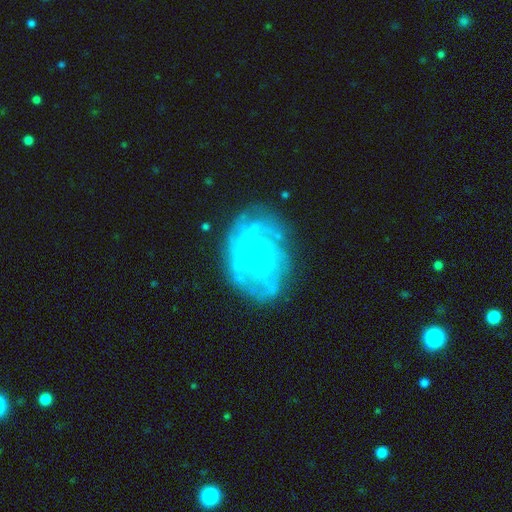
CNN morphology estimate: This appears to be a featured or disk galaxy (81%) with no bar (78%), tight (59%) spiral arms (87%) and a small central bulge (78%). Merging: none (67%).